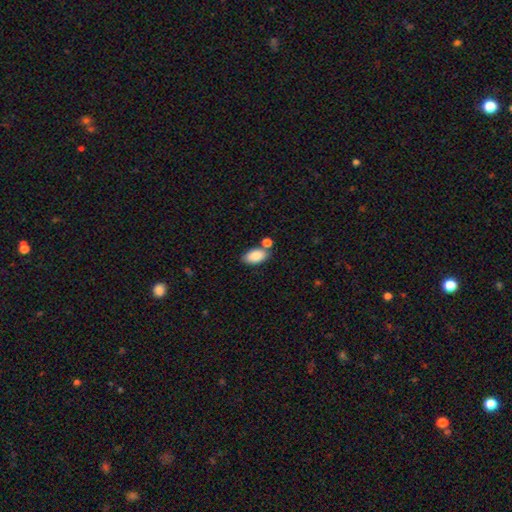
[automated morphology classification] smooth_or_featured: smooth (p=0.88) [alt: star or artifact p=0.07]
how_rounded: in between (p=0.94) [alt: round p=0.04]
merging: none (p=0.63) [alt: merger p=0.20]